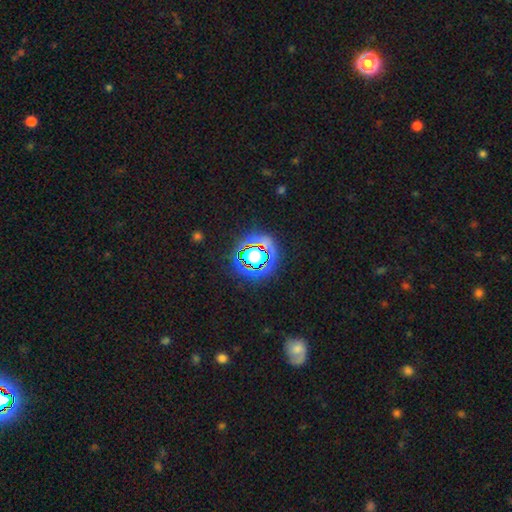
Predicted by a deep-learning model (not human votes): The model was most divided on "smooth or featured": star or artifact: 63%, smooth: 25%, featured or disk: 12%.